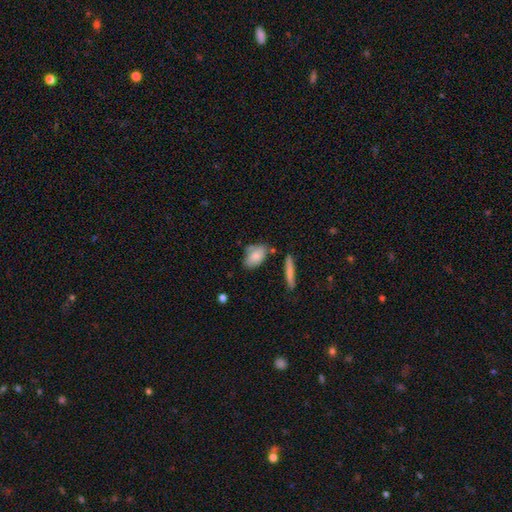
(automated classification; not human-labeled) smooth 78%, featured or disk 15%, star or artifact 7%. Down the decision tree: how rounded — in between (87%); merging — none (58%).